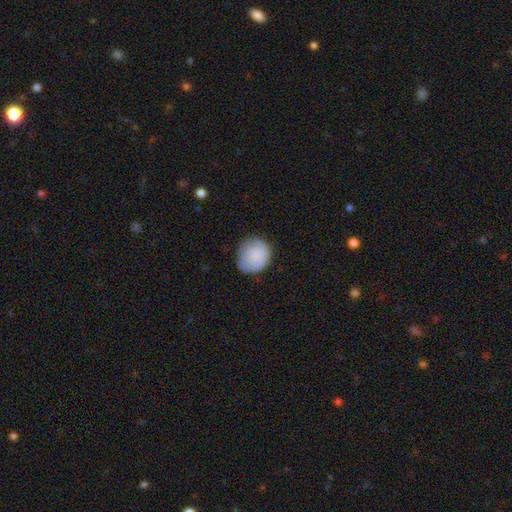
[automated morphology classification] The model was most divided on "merging": none: 75%, minor disturbance: 19%, major disturbance: 5%, merger: 1%. More confident: how rounded — round (79%); smooth or featured — smooth (75%).